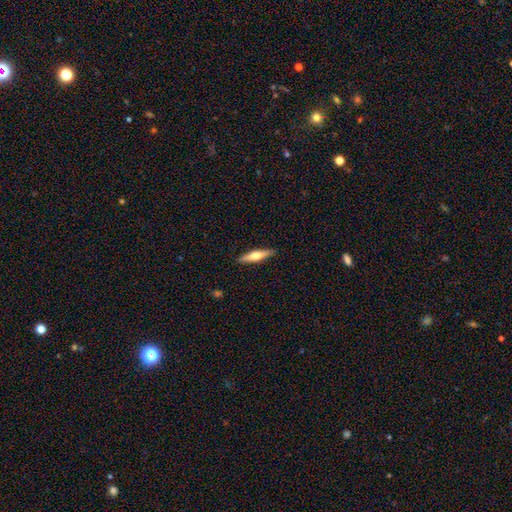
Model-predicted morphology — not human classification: The model was most divided on "smooth or featured": featured or disk: 48%, smooth: 46%, star or artifact: 5%. More confident: merging — none (91%).